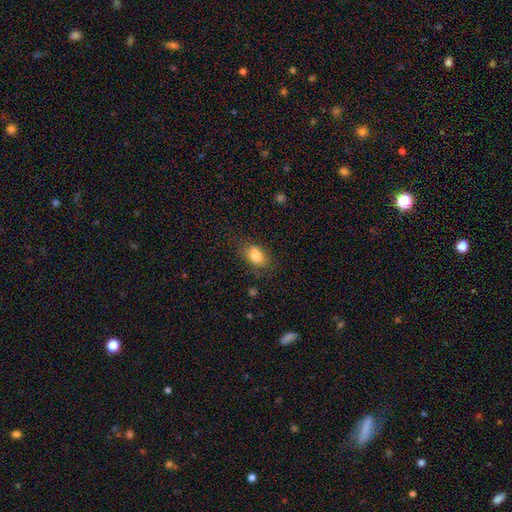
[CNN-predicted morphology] The model was most divided on "merging": none: 69%, minor disturbance: 22%, major disturbance: 7%, merger: 3%. More confident: how rounded — in between (83%); smooth or featured — smooth (80%).